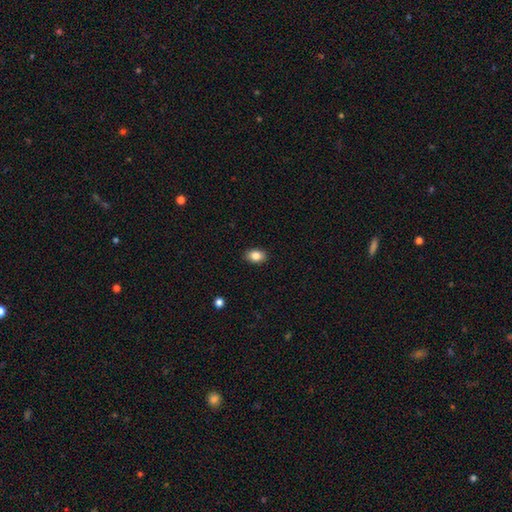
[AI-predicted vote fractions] A smooth galaxy with no disk features (85%) that is in between round and cigar-shaped (79%). Merging: none (89%).